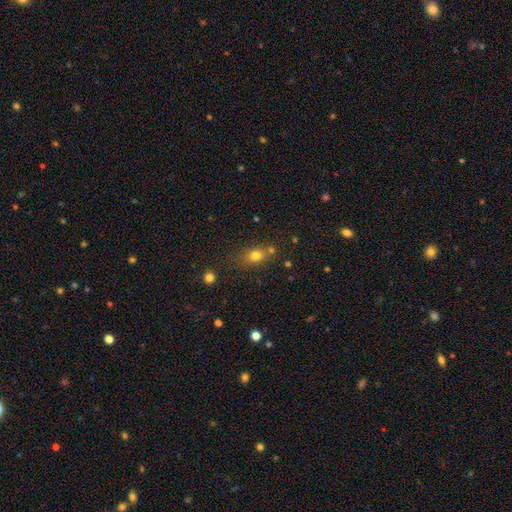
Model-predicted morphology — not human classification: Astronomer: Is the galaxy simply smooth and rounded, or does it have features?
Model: smooth — 76%.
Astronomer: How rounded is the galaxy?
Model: in between — 58% (runner-up: round, 38%).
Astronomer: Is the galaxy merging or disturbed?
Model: none — 62%.